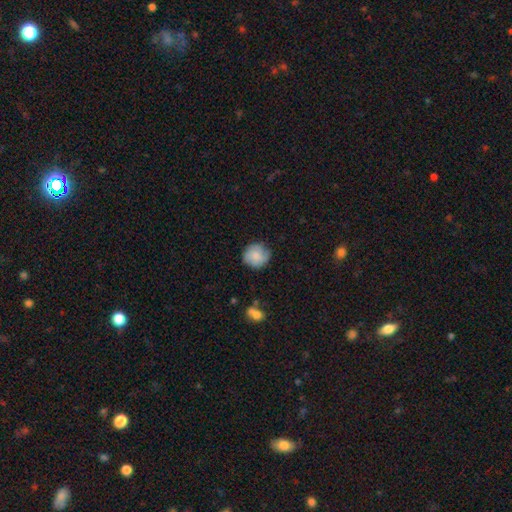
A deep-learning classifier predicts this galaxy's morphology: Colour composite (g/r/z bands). It shows a smooth galaxy with no disk features (64%) that is round (88%). Merging: none (78%).